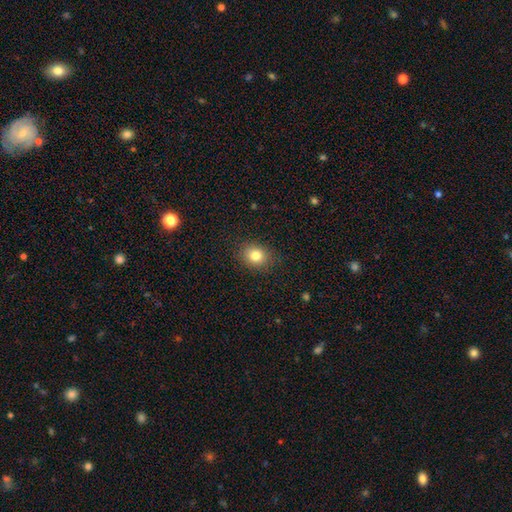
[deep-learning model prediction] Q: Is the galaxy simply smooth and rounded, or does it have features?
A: smooth — 81%.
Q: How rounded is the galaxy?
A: round — 59%.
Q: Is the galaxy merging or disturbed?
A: none — 88%.